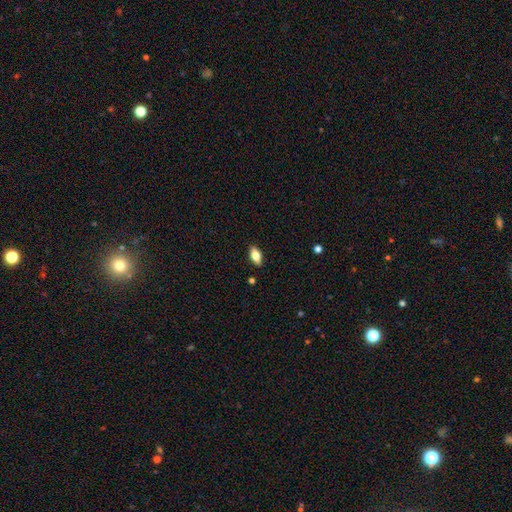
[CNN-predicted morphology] Overall: smooth (73%). How rounded: in between (86%). Merging: none (88%).